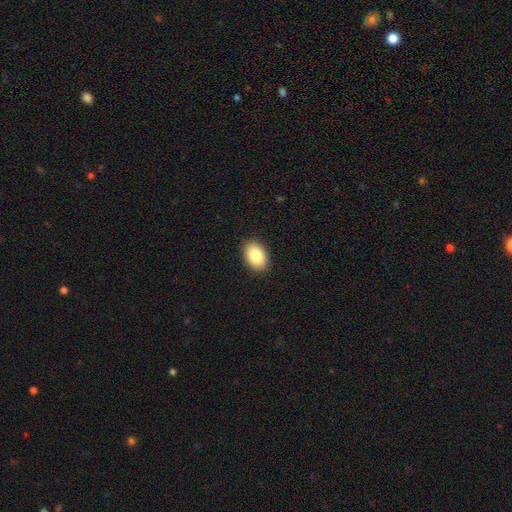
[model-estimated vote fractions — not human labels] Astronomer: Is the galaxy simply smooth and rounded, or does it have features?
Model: smooth — 84%.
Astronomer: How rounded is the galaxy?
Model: in between — 85%.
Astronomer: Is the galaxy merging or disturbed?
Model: none — 89%.